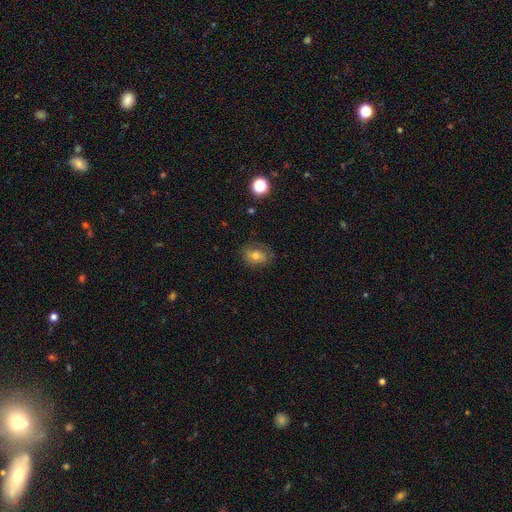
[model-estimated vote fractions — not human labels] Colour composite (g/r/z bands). It shows a smooth galaxy with no disk features (54%) that is in between round and cigar-shaped (59%). Merging: none (68%).